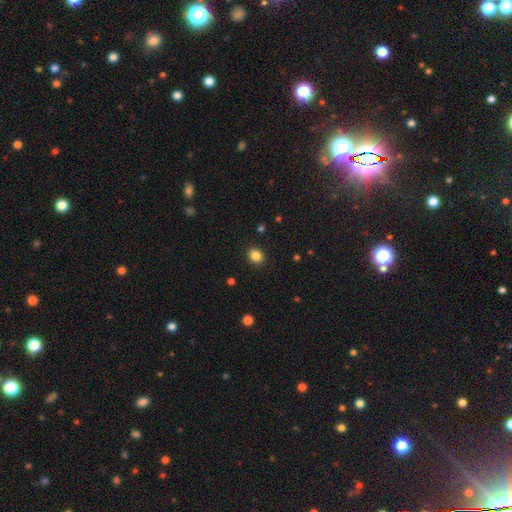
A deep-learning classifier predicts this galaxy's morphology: This is clearly a smooth galaxy (85%). How rounded: likely round (65%). Merging: clearly none (90%).